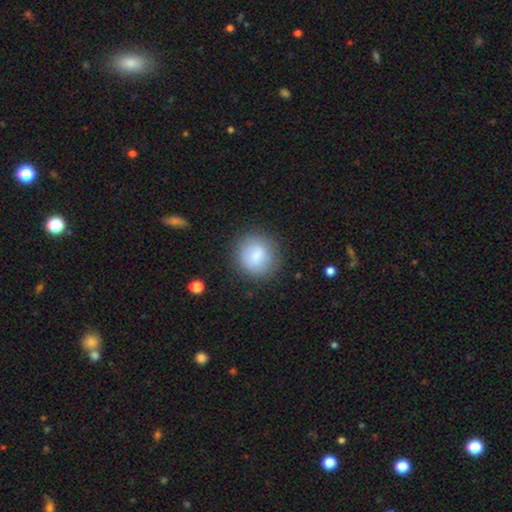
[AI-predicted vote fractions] Smooth or featured?
  - smooth: 77% *
  - featured or disk: 15%
  - star or artifact: 8%
How rounded?
  - round: 87% *
  - in between: 12%
  - cigar-shaped: 1%
Merging?
  - none: 80% *
  - minor disturbance: 13%
  - major disturbance: 5%
  - merger: 2%